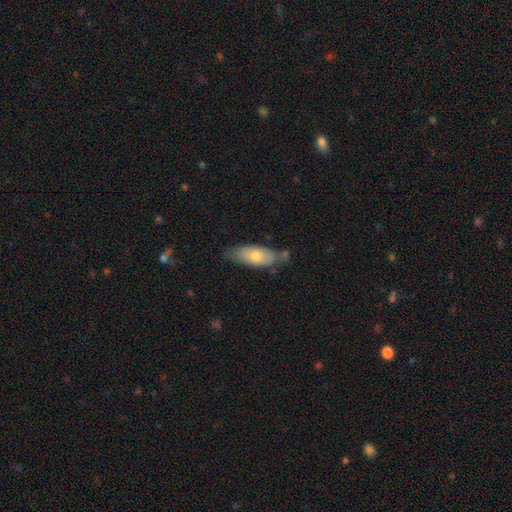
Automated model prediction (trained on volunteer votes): Q: Smooth or featured?
A: smooth (67%); runner-up: featured or disk (26%)
Q: How rounded?
A: in between (75%); runner-up: cigar-shaped (23%)
Q: Merging?
A: none (63%); runner-up: minor disturbance (25%)